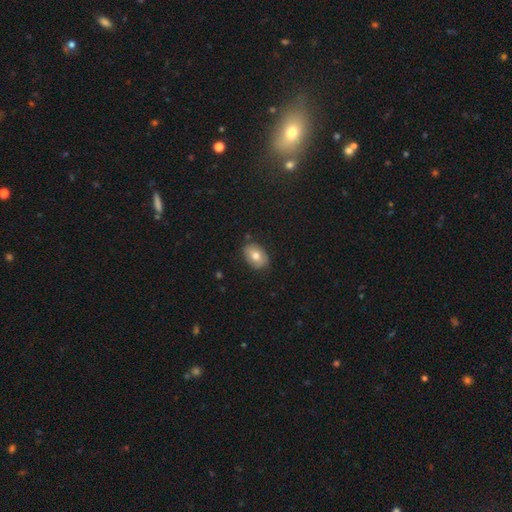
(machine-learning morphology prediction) The model was most divided on "smooth or featured": smooth: 73%, featured or disk: 19%, star or artifact: 8%. More confident: how rounded — in between (82%); merging — none (81%).